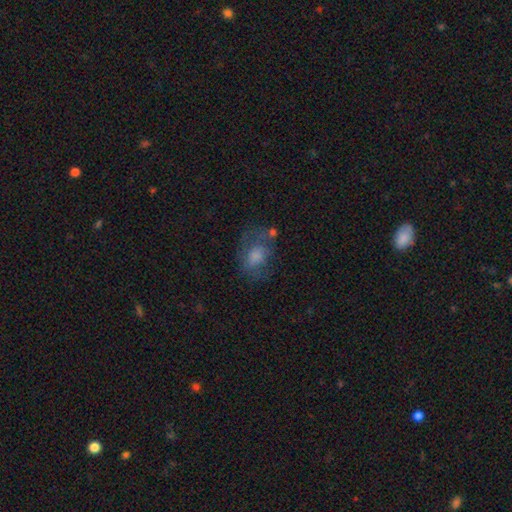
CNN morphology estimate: A smooth galaxy with no disk features (53%) that is in between round and cigar-shaped (70%). Merging: none (54%).